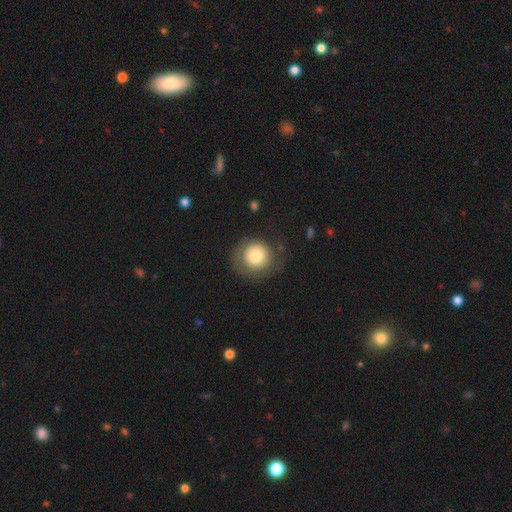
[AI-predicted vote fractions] The model was most divided on "merging": none: 68%, minor disturbance: 18%, major disturbance: 11%, merger: 2%. More confident: how rounded — round (91%); smooth or featured — smooth (75%).